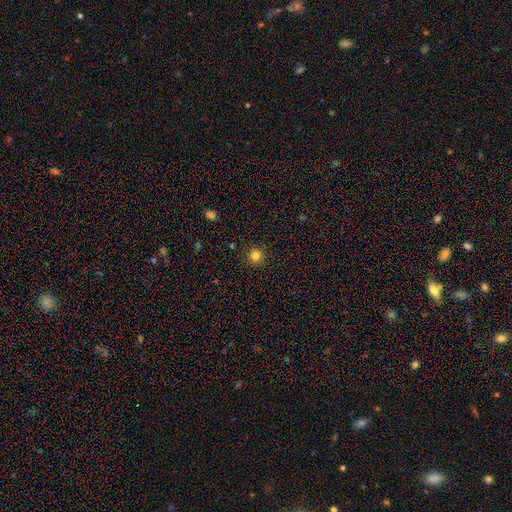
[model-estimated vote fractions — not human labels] Smooth or featured? smooth (81%)
How rounded? round (95%)
Merging? none (92%)